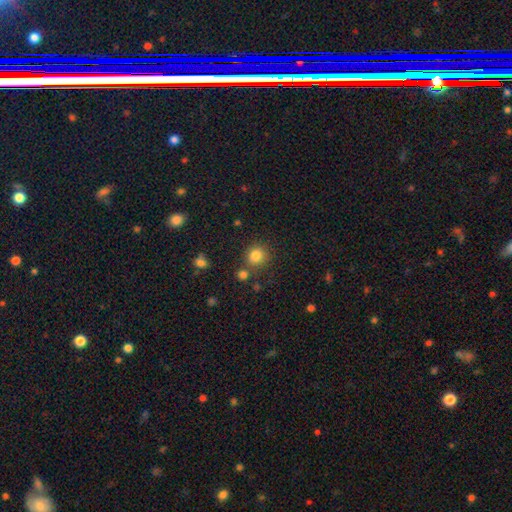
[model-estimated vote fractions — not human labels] This appears to be a smooth galaxy with no disk features (82%) that is round (88%). Merging: none (76%).